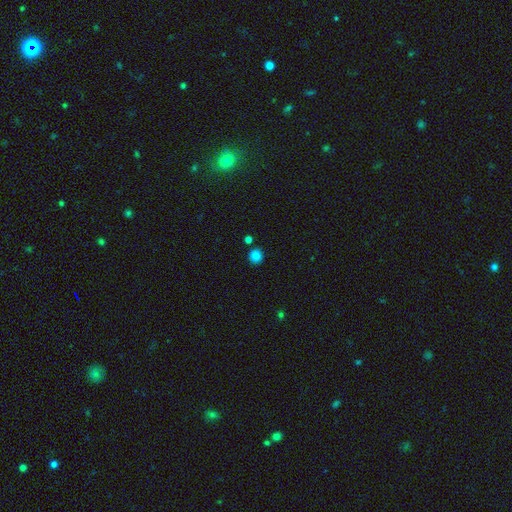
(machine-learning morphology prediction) This appears to be a smooth galaxy with no disk features (84%) that is round (91%). Merging: none (86%).